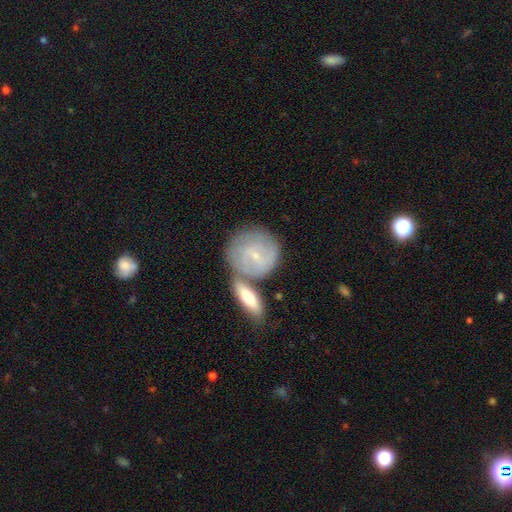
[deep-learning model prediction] A featured or disk galaxy (54%) with no bar (46%), spiral arms (75%) and a small central bulge (78%). Merging: none (47%).